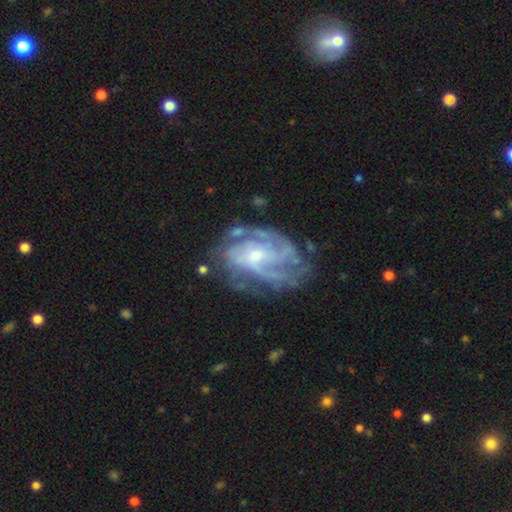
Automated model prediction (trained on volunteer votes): Smooth or featured? Predicted: featured or disk (p=0.88). Edge-on disk? Predicted: no (p=0.97). Bar? Predicted: no (p=0.61). Spiral arms? Predicted: yes (p=0.95). Spiral winding? Predicted: tight (p=0.51). Spiral arm count? Predicted: can't tell (p=0.27). Bulge size? Predicted: small (p=0.67). Merging? Predicted: none (p=0.63).